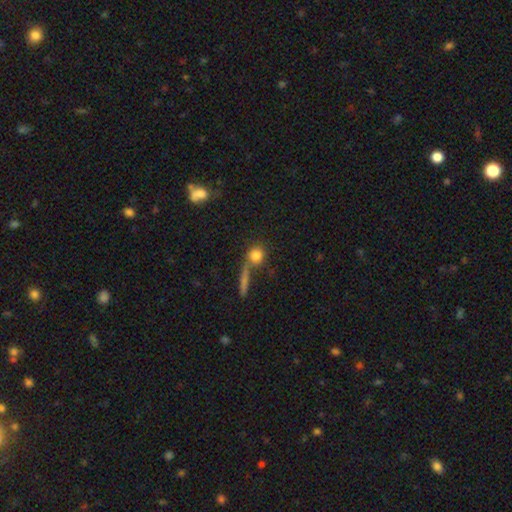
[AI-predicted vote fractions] Smooth or featured: smooth — 79% (star or artifact — 11%)
How rounded: round — 80% (in between — 15%)
Merging: none — 55% (merger — 27%)